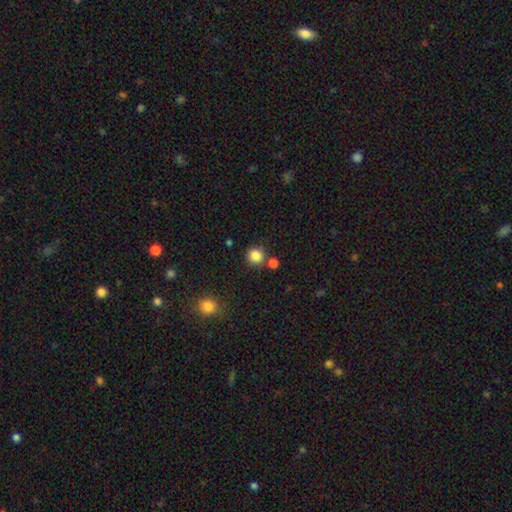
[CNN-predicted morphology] Overall: smooth (85%). How rounded: round (91%). Merging: none (79%).